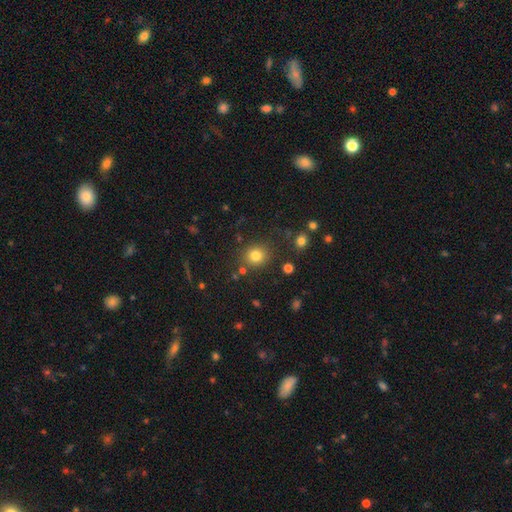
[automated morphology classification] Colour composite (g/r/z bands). It shows a smooth galaxy with no disk features (80%) that is round (84%). Merging: none (81%).